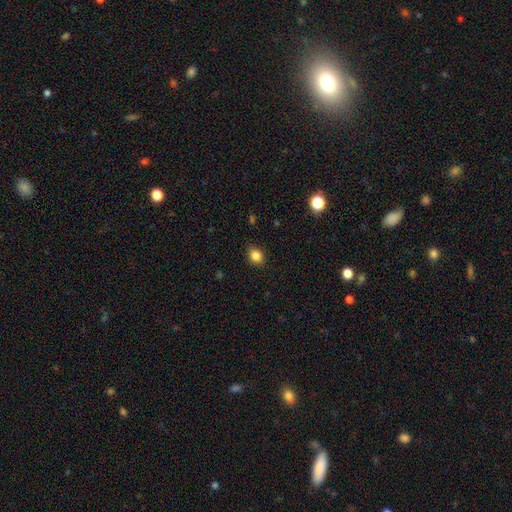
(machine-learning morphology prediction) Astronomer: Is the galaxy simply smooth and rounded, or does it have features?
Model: smooth — 86%.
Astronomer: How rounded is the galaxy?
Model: round — 54% (runner-up: in between, 45%).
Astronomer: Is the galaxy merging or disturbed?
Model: none — 86%.